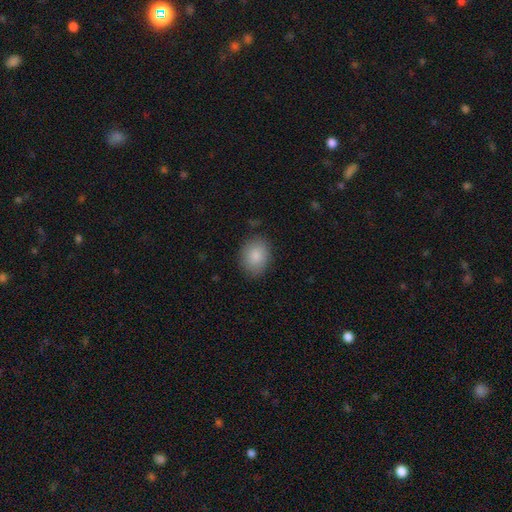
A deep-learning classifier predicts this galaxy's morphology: Overall: smooth (86%). How rounded: in between (54%; round 45%). Merging: none (83%).